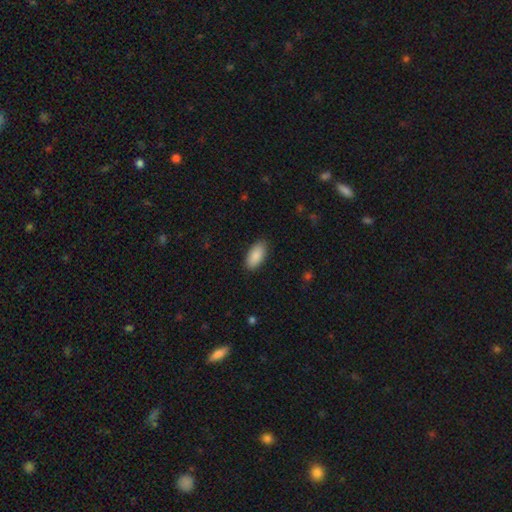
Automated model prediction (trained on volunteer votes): The model was most divided on "merging": none: 88%, minor disturbance: 9%, major disturbance: 2%, merger: 1%. More confident: how rounded — in between (92%); smooth or featured — smooth (88%).